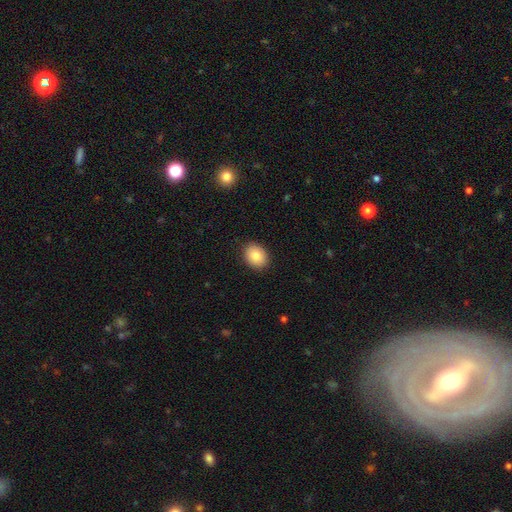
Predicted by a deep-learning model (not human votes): Smooth or featured: smooth — 86% (star or artifact — 8%)
How rounded: in between — 58% (round — 41%)
Merging: none — 89% (minor disturbance — 8%)